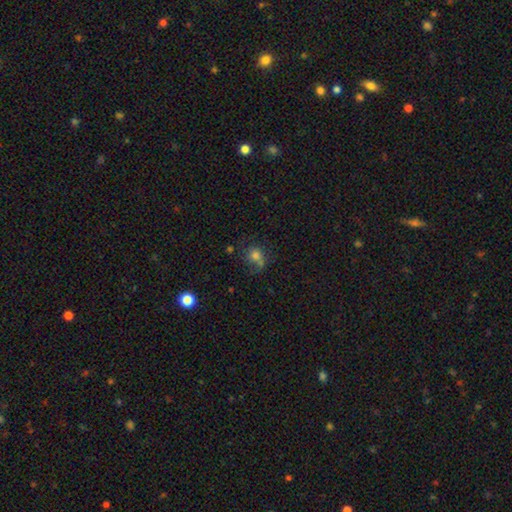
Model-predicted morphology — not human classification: The model was most divided on "merging": none: 49%, minor disturbance: 21%, merger: 17%, major disturbance: 13%. More confident: smooth or featured — smooth (74%); how rounded — round (69%).